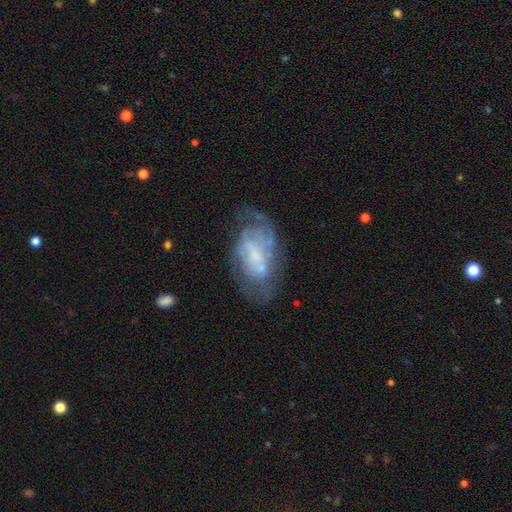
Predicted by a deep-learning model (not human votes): Smooth or featured? Predicted: featured or disk (p=0.66). Edge-on disk? Predicted: no (p=0.95). Bar? Predicted: no (p=0.51). Spiral arms? Predicted: yes (p=0.63). Bulge size? Predicted: small (p=0.40). Merging? Predicted: none (p=0.44).